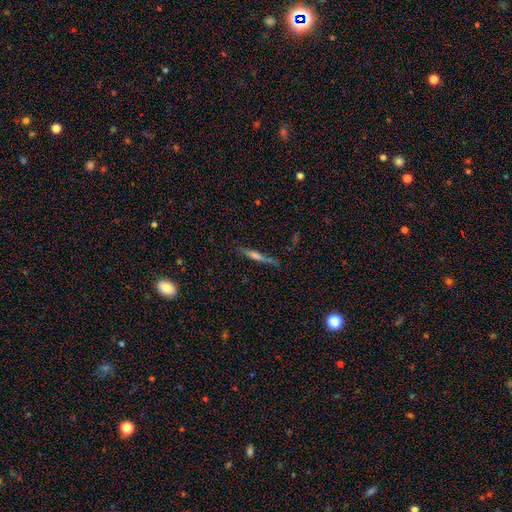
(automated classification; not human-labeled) smooth_or_featured: featured or disk (p=0.55) [alt: smooth p=0.35]
disk_edge_on: yes (p=0.94) [alt: no p=0.06]
edge_on_bulge: rounded (p=0.54) [alt: none p=0.25]
merging: none (p=0.78) [alt: minor disturbance p=0.15]